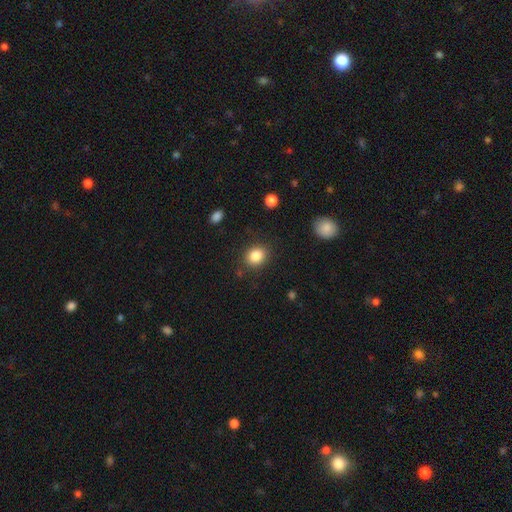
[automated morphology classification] A smooth galaxy with no disk features (85%) that is round (53%). Merging: none (84%).